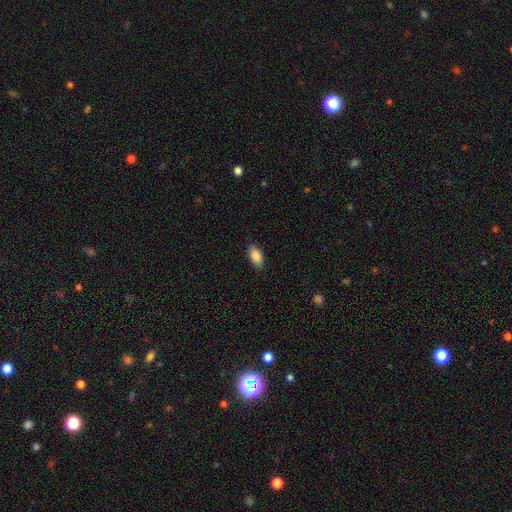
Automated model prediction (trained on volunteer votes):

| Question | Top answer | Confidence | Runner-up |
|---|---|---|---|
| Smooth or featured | smooth | 88% | star or artifact (7%) |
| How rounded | in between | 92% | cigar-shaped (5%) |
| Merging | none | 87% | minor disturbance (10%) |